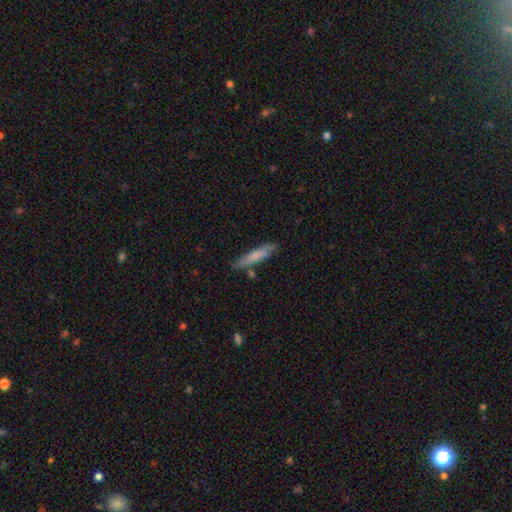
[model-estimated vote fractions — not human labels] Q: Smooth or featured?
A: smooth (72%); runner-up: featured or disk (23%)
Q: How rounded?
A: cigar-shaped (87%); runner-up: in between (12%)
Q: Merging?
A: none (75%); runner-up: minor disturbance (16%)